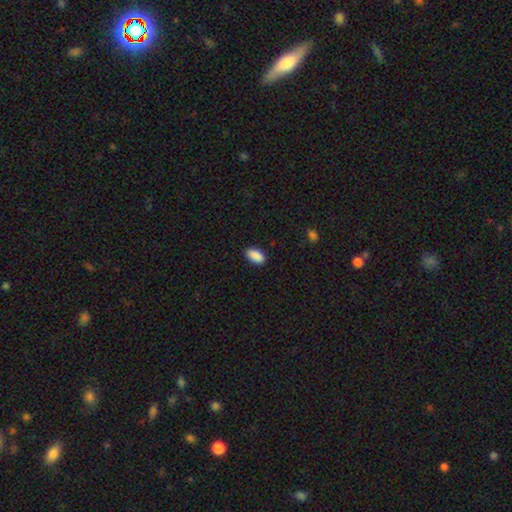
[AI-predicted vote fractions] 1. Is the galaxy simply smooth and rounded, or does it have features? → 90% smooth, 7% star or artifact, 3% featured or disk.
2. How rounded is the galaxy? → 93% in between, 4% round, 3% cigar-shaped.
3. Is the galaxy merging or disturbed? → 87% none, 10% minor disturbance, 2% major disturbance, 1% merger.